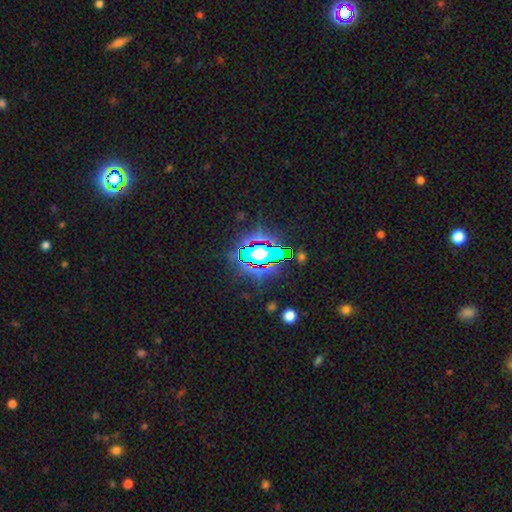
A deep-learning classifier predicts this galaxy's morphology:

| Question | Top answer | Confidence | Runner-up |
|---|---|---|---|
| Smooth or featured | star or artifact | 59% | smooth (27%) |